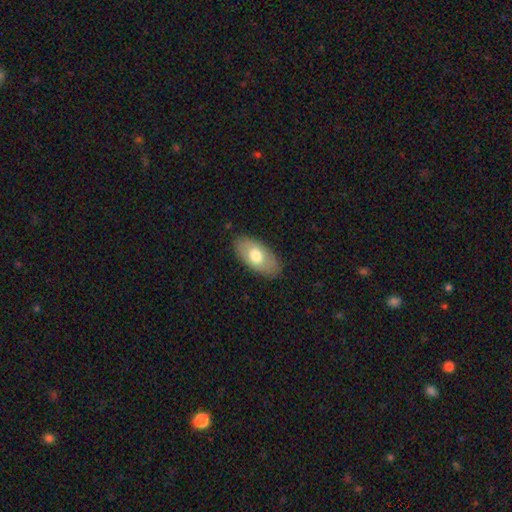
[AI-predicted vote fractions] Smooth or featured? Predicted: smooth (p=0.67). How rounded? Predicted: in between (p=0.94). Merging? Predicted: none (p=0.84).